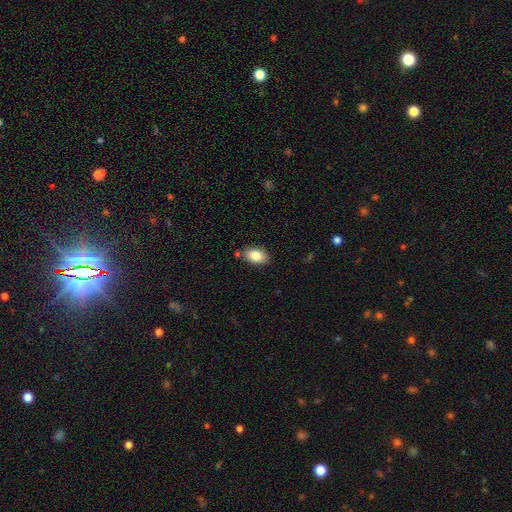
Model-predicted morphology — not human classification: Overall: smooth (83%). How rounded: in between (90%). Merging: none (82%).